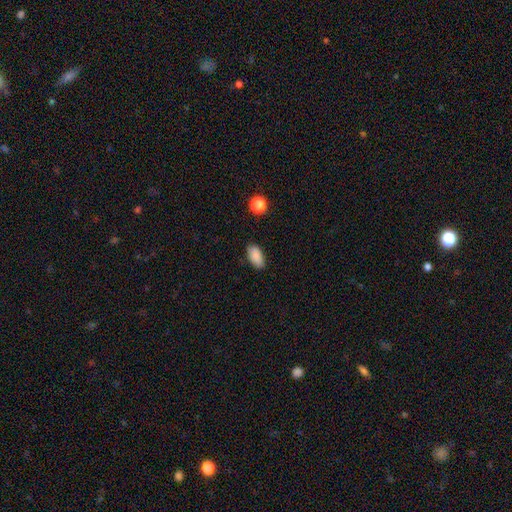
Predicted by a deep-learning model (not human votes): smooth_or_featured: smooth (p=0.88) [alt: star or artifact p=0.08]
how_rounded: in between (p=0.92) [alt: round p=0.04]
merging: none (p=0.83) [alt: minor disturbance p=0.13]